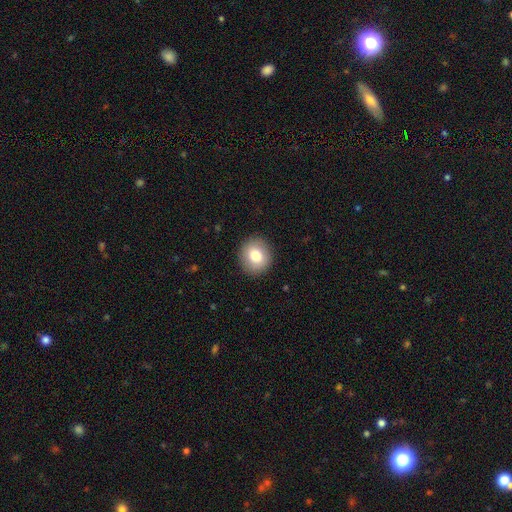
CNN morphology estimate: Q: Smooth or featured?
A: smooth (80%); runner-up: featured or disk (11%)
Q: How rounded?
A: round (84%); runner-up: in between (15%)
Q: Merging?
A: none (91%); runner-up: minor disturbance (6%)